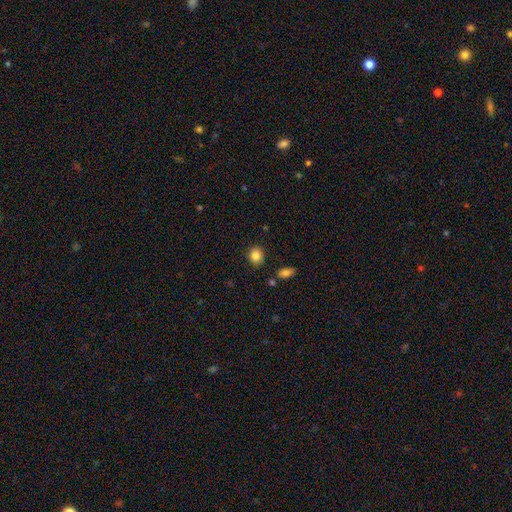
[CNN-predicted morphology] smooth_or_featured: smooth (p=0.85) [alt: star or artifact p=0.10]
how_rounded: round (p=0.77) [alt: in between p=0.22]
merging: none (p=0.88) [alt: minor disturbance p=0.07]